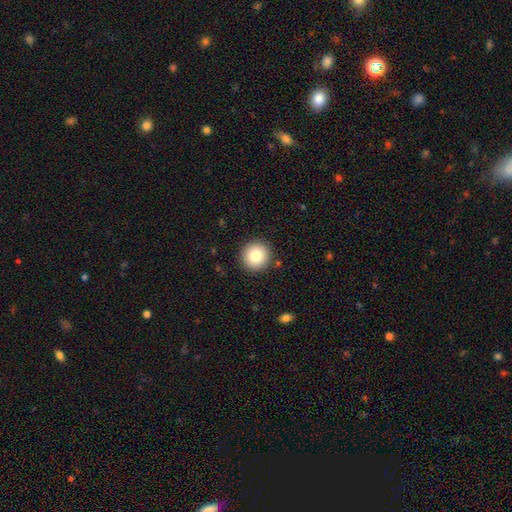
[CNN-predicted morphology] Smooth or featured?
  - smooth: 81% *
  - featured or disk: 10%
  - star or artifact: 10%
How rounded?
  - round: 96% *
  - in between: 4%
  - cigar-shaped: 1%
Merging?
  - none: 91% *
  - minor disturbance: 6%
  - major disturbance: 2%
  - merger: 1%